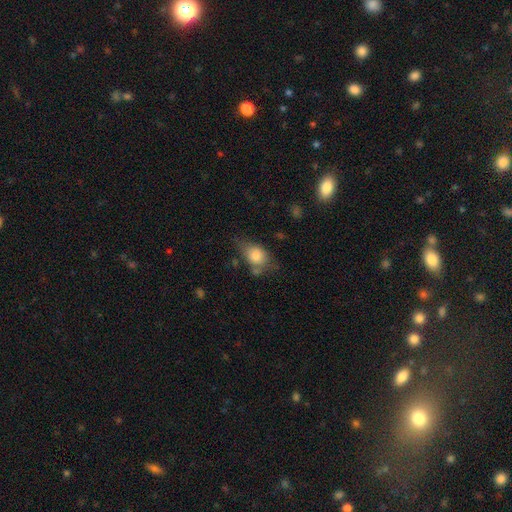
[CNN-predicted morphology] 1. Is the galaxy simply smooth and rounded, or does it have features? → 77% smooth, 15% featured or disk, 8% star or artifact.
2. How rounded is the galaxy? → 66% in between, 31% round, 2% cigar-shaped.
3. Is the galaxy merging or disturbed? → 46% none, 32% minor disturbance, 13% major disturbance, 9% merger.